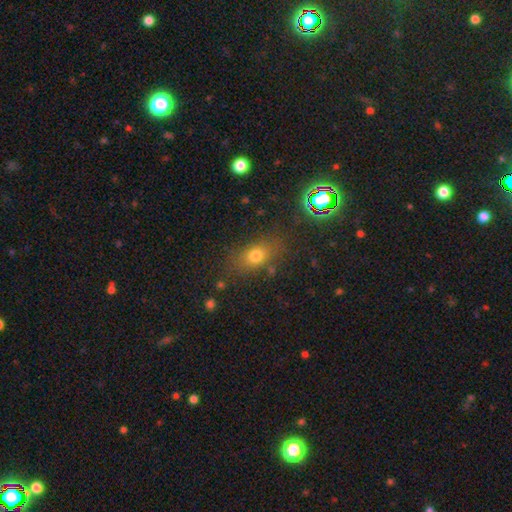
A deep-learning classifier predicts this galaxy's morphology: smooth-or-featured: smooth: 69% | star or artifact: 19% | featured or disk: 11%
  how-rounded: in between: 62% | round: 33% | cigar-shaped: 5%
  merging: none: 77% | minor disturbance: 14% | major disturbance: 6% | merger: 3%